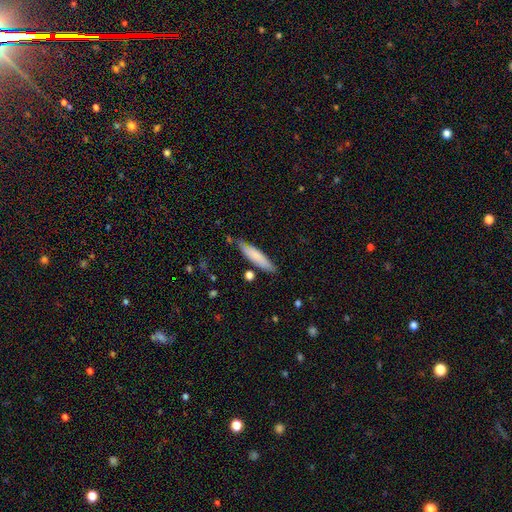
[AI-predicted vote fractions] A smooth galaxy with no disk features (74%) that is cigar-shaped (79%). Merging: none (72%).